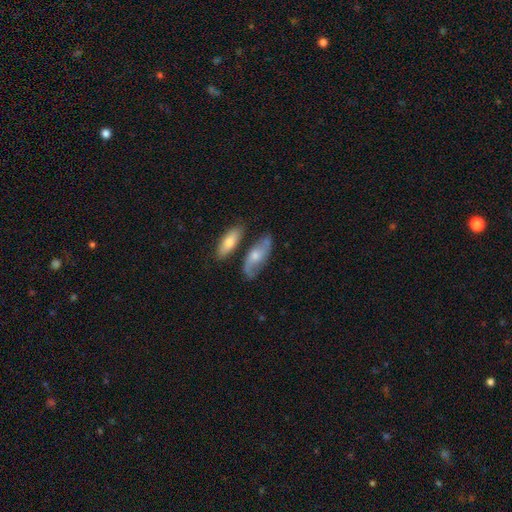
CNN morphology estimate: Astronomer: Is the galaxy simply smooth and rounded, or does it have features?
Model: featured or disk — 51% (runner-up: smooth, 43%).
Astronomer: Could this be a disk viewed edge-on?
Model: no — 82%.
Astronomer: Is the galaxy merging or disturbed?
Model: none — 58%.